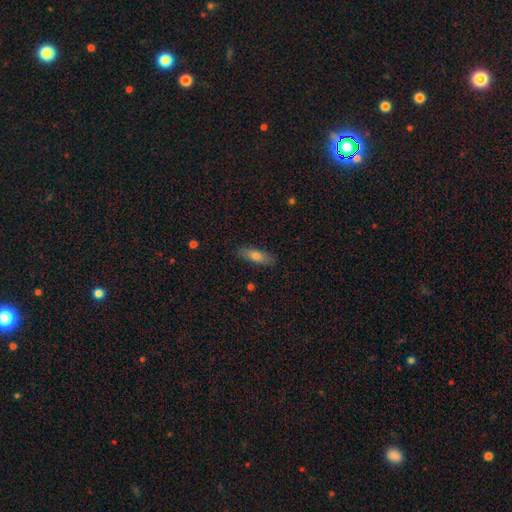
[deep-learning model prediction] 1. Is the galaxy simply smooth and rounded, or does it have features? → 70% smooth, 23% featured or disk, 7% star or artifact.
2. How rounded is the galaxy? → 49% in between, 48% cigar-shaped, 3% round.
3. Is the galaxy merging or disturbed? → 87% none, 10% minor disturbance, 2% major disturbance, 1% merger.